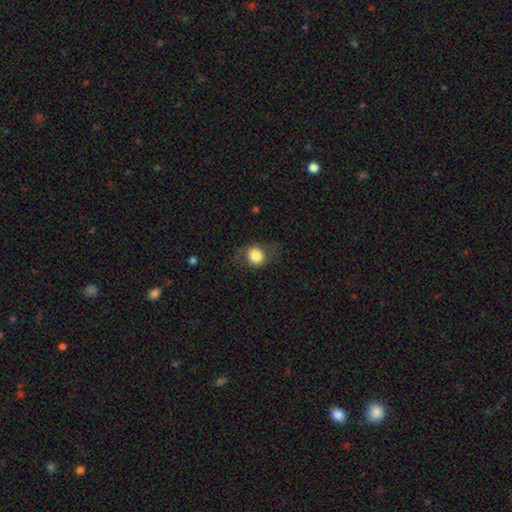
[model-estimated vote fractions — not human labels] Smooth or featured? smooth (81%)
How rounded? round (72%)
Merging? none (72%)